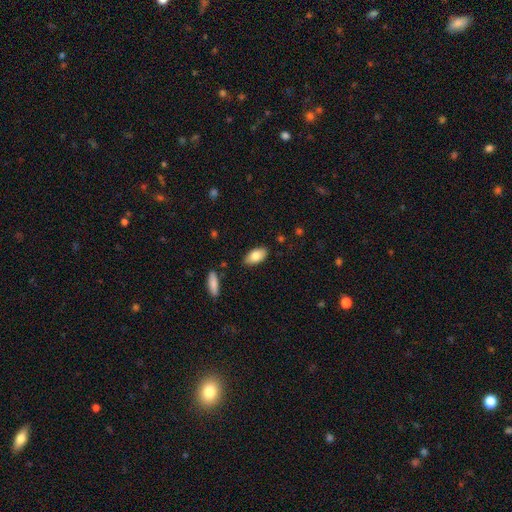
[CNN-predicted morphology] Smooth or featured? Predicted: smooth (p=0.80). How rounded? Predicted: in between (p=0.93). Merging? Predicted: none (p=0.86).